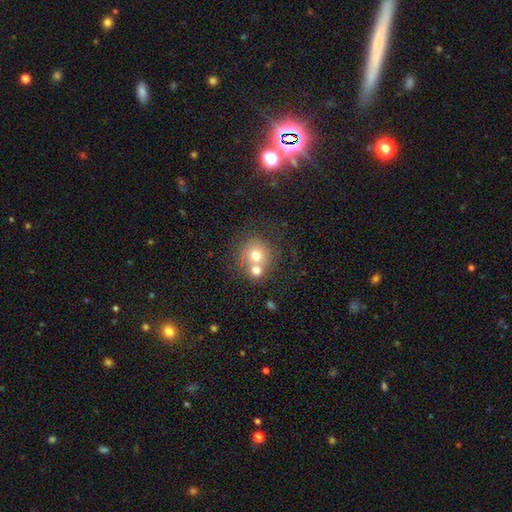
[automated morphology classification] The model was most divided on "merging": merger: 50%, none: 37%, minor disturbance: 8%, major disturbance: 4%. More confident: how rounded — round (82%); smooth or featured — smooth (67%).